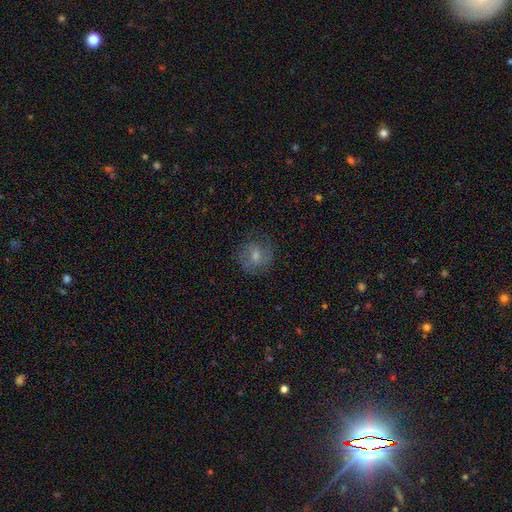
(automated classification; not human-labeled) smooth-or-featured: smooth: 52% | featured or disk: 39% | star or artifact: 9%
  how-rounded: round: 78% | in between: 21% | cigar-shaped: 1%
  merging: none: 71% | minor disturbance: 18% | major disturbance: 10% | merger: 1%